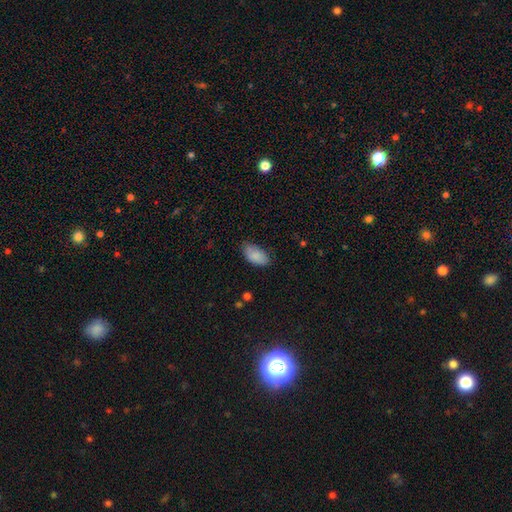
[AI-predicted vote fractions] smooth 88%, star or artifact 7%, featured or disk 6%. Down the decision tree: how rounded — in between (94%); merging — none (74%).